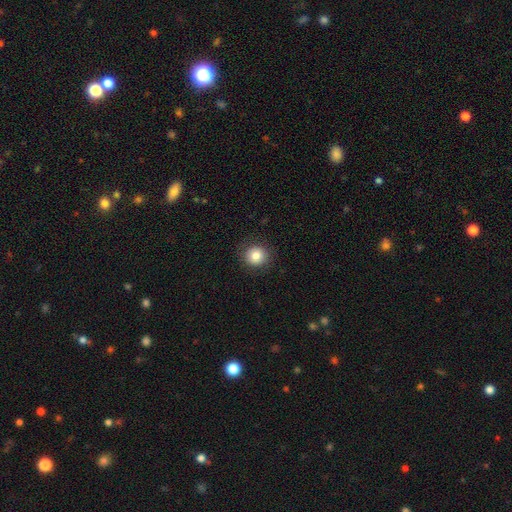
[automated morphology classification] A smooth galaxy with no disk features (82%) that is round (90%). Merging: none (88%).